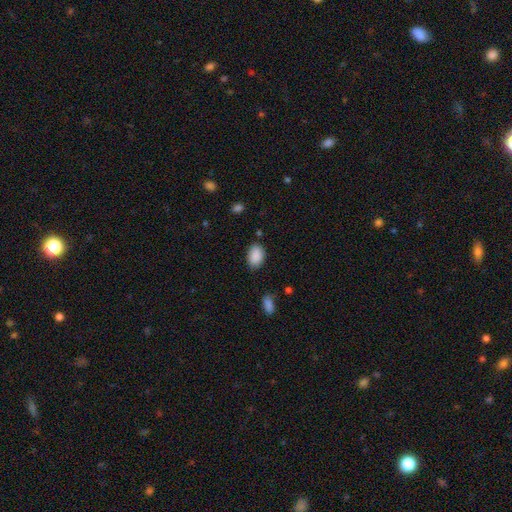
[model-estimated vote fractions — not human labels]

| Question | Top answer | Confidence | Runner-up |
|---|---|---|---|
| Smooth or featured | smooth | 89% | star or artifact (7%) |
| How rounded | in between | 85% | round (14%) |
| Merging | none | 79% | minor disturbance (15%) |